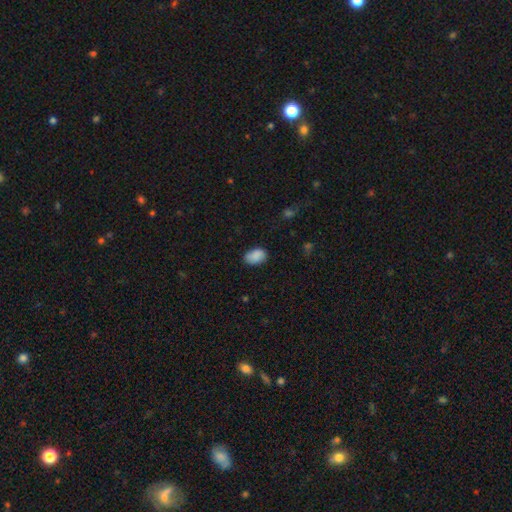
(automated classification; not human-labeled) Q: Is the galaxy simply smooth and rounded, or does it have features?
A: smooth — 87%.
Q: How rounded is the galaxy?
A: in between — 86%.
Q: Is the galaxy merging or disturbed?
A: none — 77%.